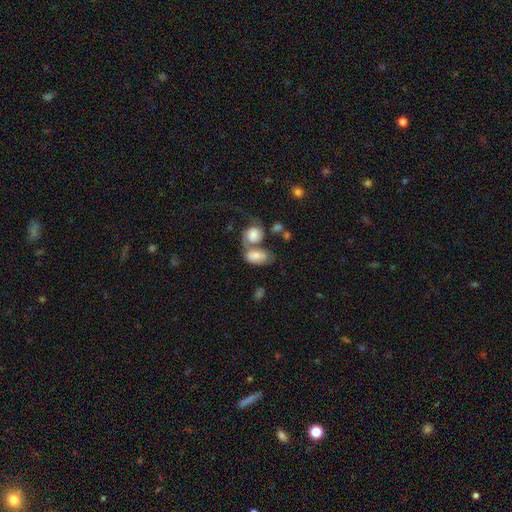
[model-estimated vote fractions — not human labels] Morphology: type=smooth (69%); roundness=in between (85%); merging=merger (58%).